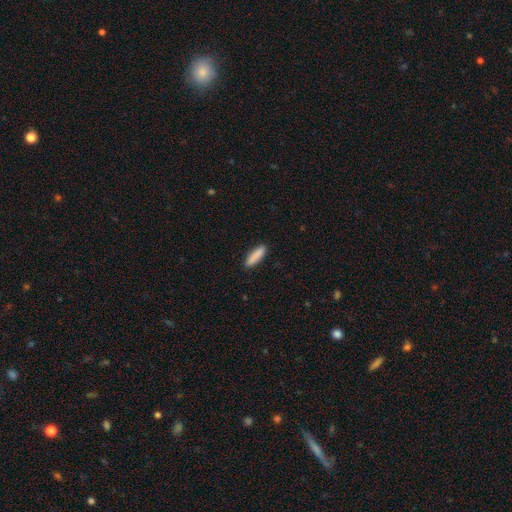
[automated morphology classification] Smooth or featured? smooth (89%)
How rounded? cigar-shaped (68%)
Merging? none (89%)